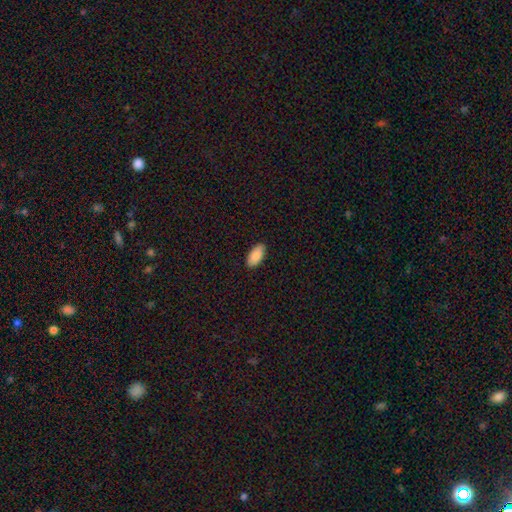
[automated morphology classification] smooth-or-featured: smooth: 89% | star or artifact: 6% | featured or disk: 5%
  how-rounded: in between: 94% | cigar-shaped: 4% | round: 2%
  merging: none: 90% | minor disturbance: 8% | major disturbance: 2% | merger: 1%